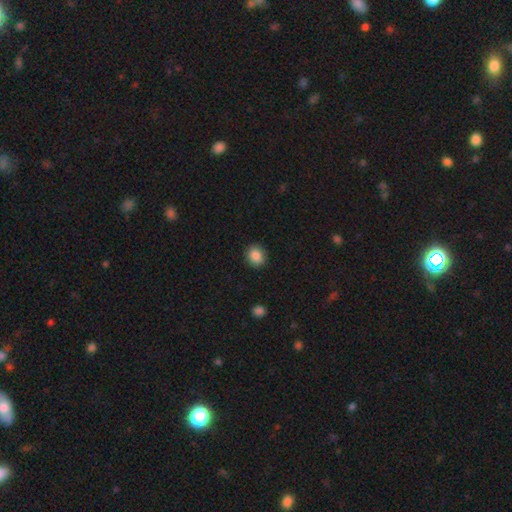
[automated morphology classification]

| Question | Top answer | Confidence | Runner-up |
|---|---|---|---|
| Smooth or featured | smooth | 87% | star or artifact (9%) |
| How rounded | round | 72% | in between (27%) |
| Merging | none | 89% | minor disturbance (7%) |